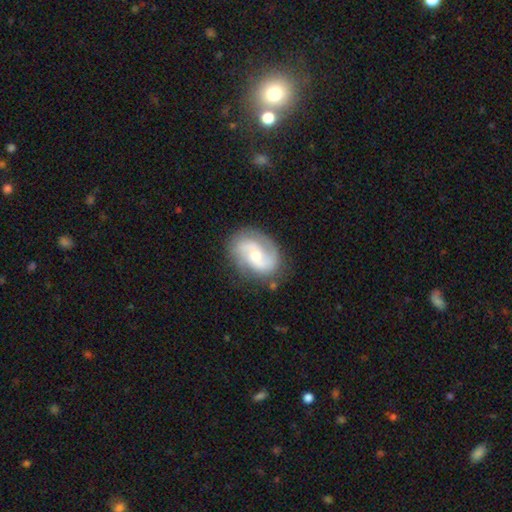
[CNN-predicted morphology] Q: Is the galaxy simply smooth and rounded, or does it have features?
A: featured or disk — 78%.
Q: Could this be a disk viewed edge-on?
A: no — 97%.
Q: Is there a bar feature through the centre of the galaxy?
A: no — 49%.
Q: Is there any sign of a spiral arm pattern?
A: yes — 93%.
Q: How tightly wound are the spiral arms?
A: medium — 48%.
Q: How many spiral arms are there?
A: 2 — 80%.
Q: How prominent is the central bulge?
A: moderate — 59%.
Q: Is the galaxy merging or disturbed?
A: none — 74%.